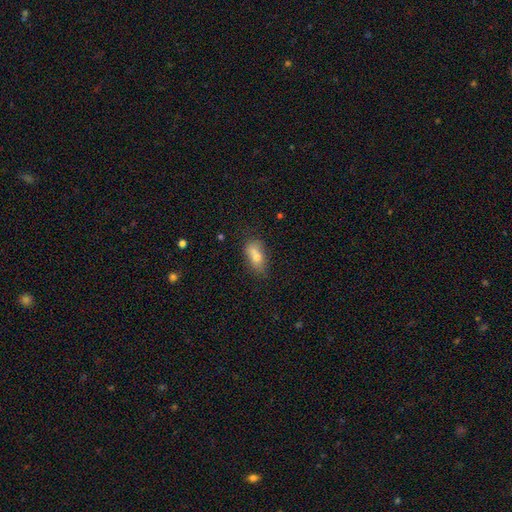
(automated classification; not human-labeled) smooth-or-featured: smooth: 68% | featured or disk: 20% | star or artifact: 11%
  how-rounded: in between: 78% | round: 15% | cigar-shaped: 7%
  merging: none: 39% | merger: 37% | minor disturbance: 17% | major disturbance: 7%